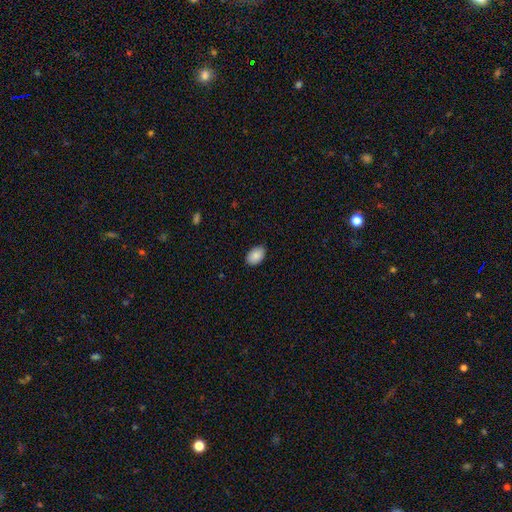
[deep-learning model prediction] Smooth or featured: smooth — 88% (star or artifact — 7%)
How rounded: in between — 89% (round — 10%)
Merging: none — 87% (minor disturbance — 10%)